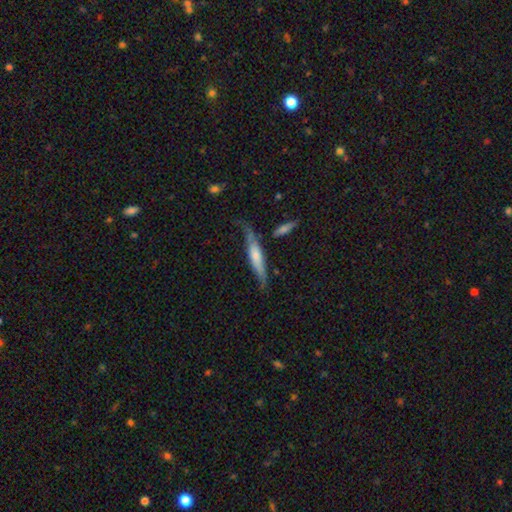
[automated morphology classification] Smooth or featured: smooth — 50% (featured or disk — 44%)
Merging: none — 52% (minor disturbance — 29%)